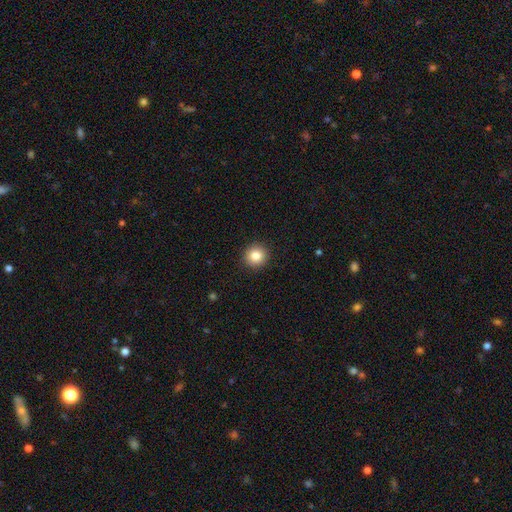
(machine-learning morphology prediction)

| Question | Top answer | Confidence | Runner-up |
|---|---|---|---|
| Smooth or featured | smooth | 84% | star or artifact (10%) |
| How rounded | round | 93% | in between (6%) |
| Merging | none | 92% | minor disturbance (5%) |